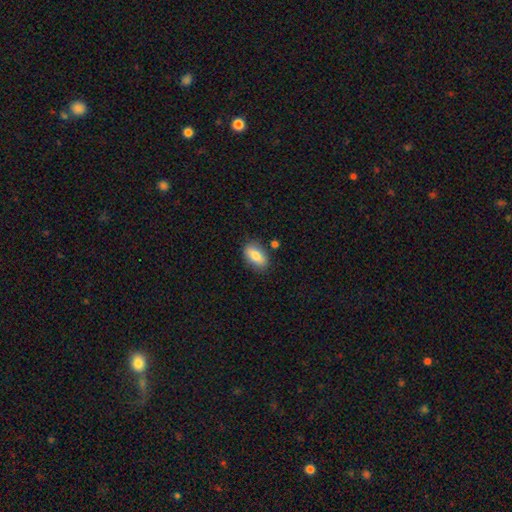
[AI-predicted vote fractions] smooth 80%, featured or disk 13%, star or artifact 7%. Down the decision tree: how rounded — in between (89%); merging — none (82%).